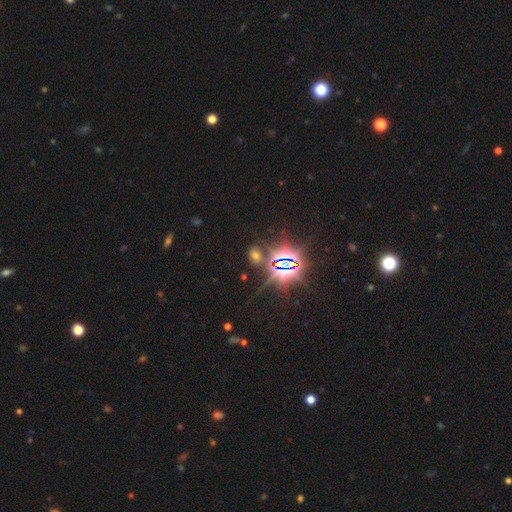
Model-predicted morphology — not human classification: Smooth or featured?
  - star or artifact: 57% *
  - smooth: 35%
  - featured or disk: 8%